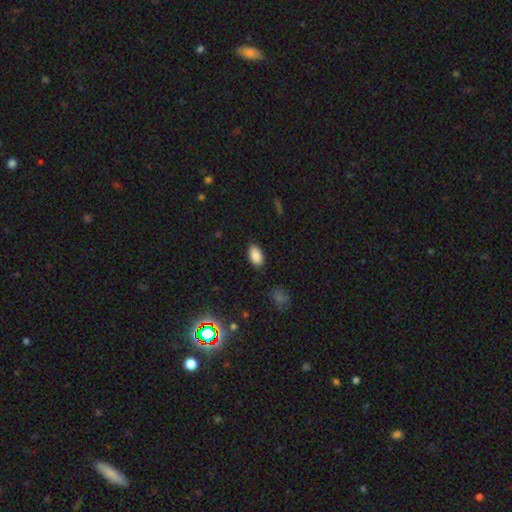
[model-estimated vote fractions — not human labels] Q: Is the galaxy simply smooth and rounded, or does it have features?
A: smooth — 88%.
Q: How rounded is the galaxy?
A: in between — 93%.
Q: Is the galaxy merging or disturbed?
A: none — 87%.